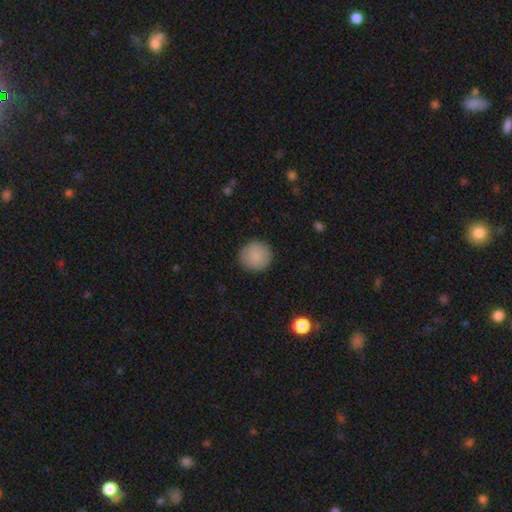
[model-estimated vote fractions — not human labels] Smooth or featured? smooth (87%)
How rounded? round (94%)
Merging? none (89%)